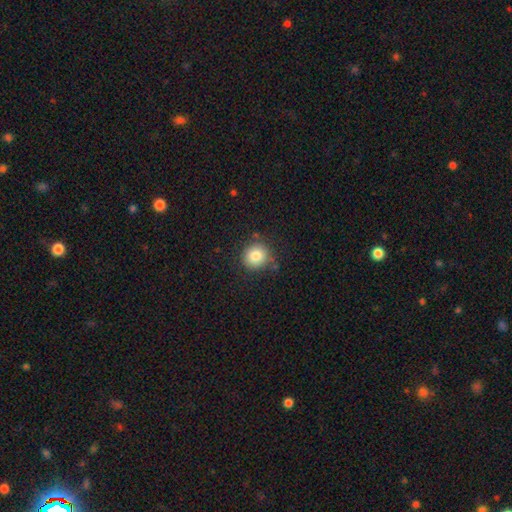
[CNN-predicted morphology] Q: Smooth or featured?
A: smooth (83%); runner-up: star or artifact (10%)
Q: How rounded?
A: round (89%); runner-up: in between (10%)
Q: Merging?
A: none (82%); runner-up: minor disturbance (12%)